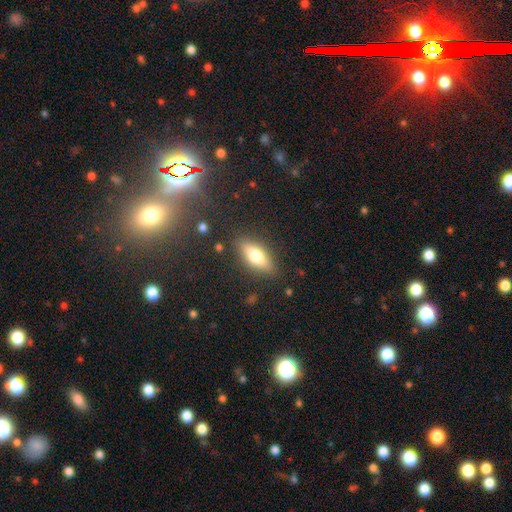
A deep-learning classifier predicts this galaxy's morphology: The model was most divided on "smooth or featured": smooth: 67%, featured or disk: 26%, star or artifact: 7%. More confident: merging — none (84%); how rounded — in between (71%).